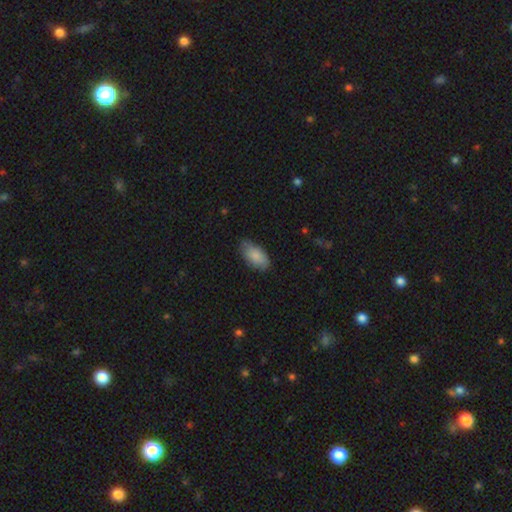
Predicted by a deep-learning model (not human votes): smooth_or_featured: smooth (p=0.85) [alt: featured or disk p=0.09]
how_rounded: in between (p=0.94) [alt: cigar-shaped p=0.04]
merging: none (p=0.74) [alt: minor disturbance p=0.22]